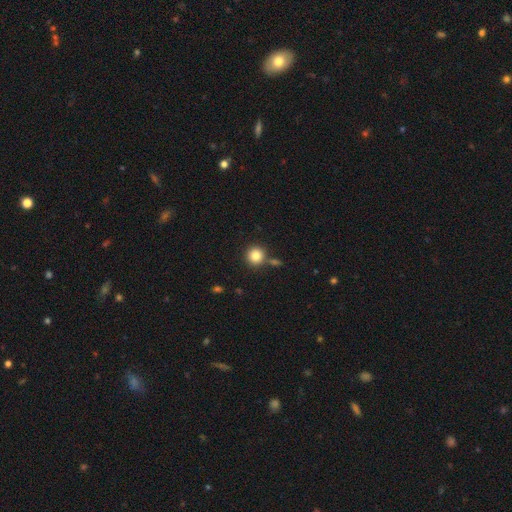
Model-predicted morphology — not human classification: type=smooth (83%); roundness=round (92%); merging=none (76%).